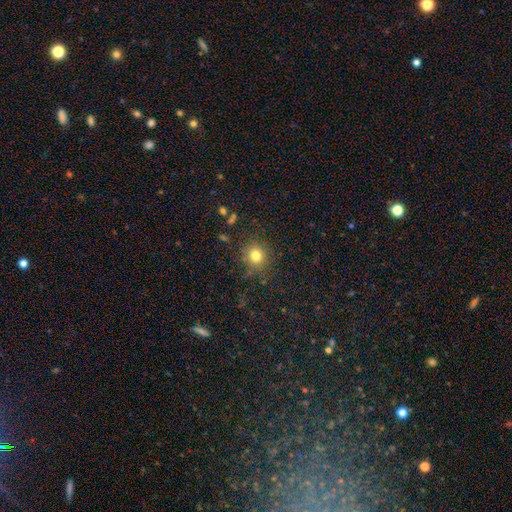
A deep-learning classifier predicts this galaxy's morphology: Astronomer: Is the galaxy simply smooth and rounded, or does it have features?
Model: smooth — 78%.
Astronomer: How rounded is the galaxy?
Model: round — 88%.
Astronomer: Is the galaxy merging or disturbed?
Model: none — 84%.